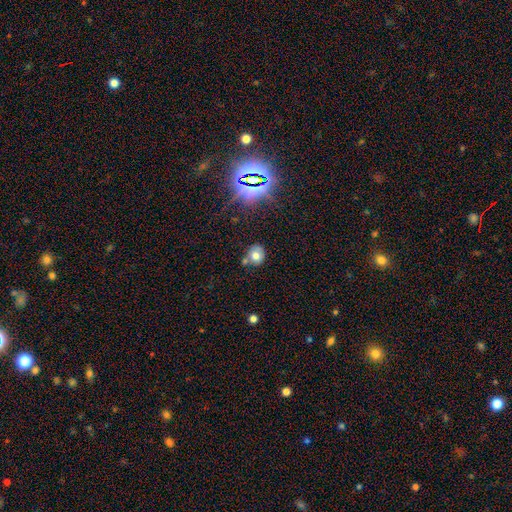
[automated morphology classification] Overall: smooth (70%). How rounded: round (78%). Merging: none (60%; merger 20%).